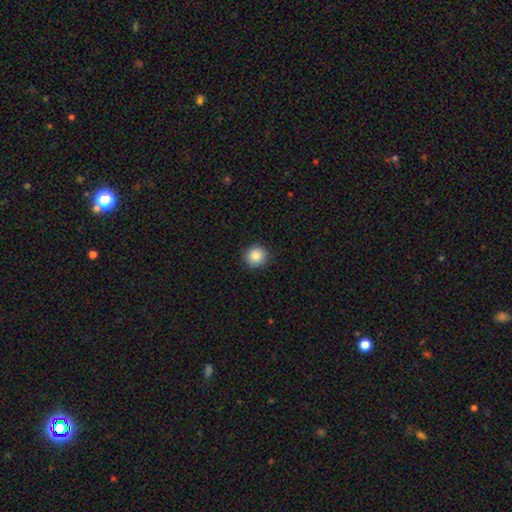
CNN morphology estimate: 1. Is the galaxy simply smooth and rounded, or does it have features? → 87% smooth, 9% star or artifact, 4% featured or disk.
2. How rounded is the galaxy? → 89% round, 10% in between, 1% cigar-shaped.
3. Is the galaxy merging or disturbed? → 90% none, 7% minor disturbance, 2% major disturbance, 1% merger.